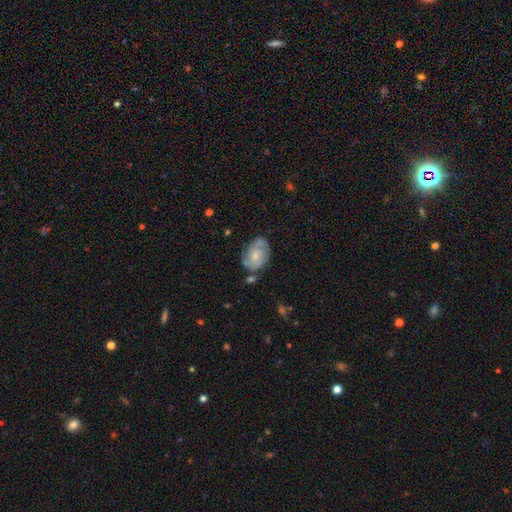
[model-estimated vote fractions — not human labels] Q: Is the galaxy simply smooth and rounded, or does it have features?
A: featured or disk — 64%.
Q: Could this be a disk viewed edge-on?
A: no — 97%.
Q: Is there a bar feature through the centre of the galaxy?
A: no — 66%.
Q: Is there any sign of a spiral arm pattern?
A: yes — 88%.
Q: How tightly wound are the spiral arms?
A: tight — 45%.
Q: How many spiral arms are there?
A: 2 — 57%.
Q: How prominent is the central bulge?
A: small — 57%.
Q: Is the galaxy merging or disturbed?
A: none — 64%.